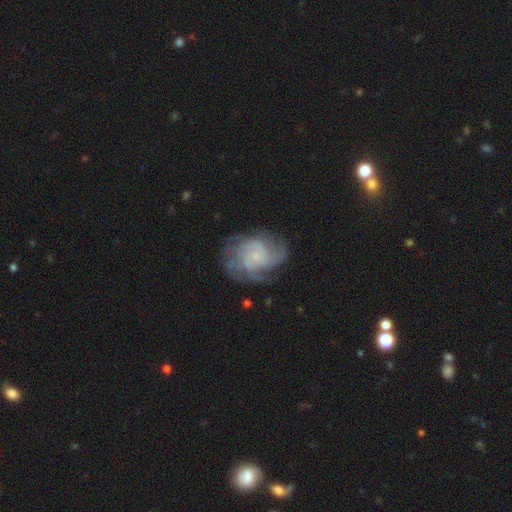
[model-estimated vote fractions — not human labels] This is clearly a featured or disk galaxy (81%). It is clearly not viewed edge-on (98%). Bar: likely no (75%). Spiral arm pattern: clearly yes (94%). Spiral arm count: marginally can't tell (28%). Spiral winding: possibly tight (46%). Central bulge: likely small (74%). Merging: likely none (66%).